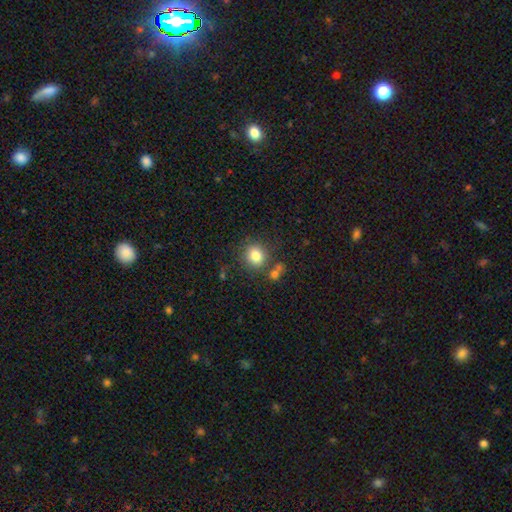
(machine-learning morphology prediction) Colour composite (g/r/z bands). It shows a smooth galaxy with no disk features (82%) that is round (80%). Merging: none (76%).